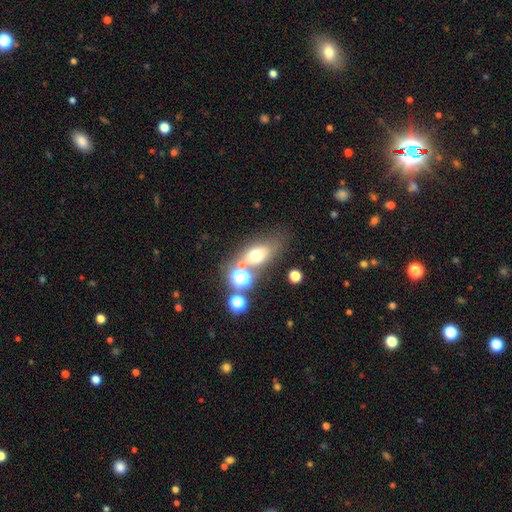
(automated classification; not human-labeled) A smooth galaxy with no disk features (61%) that is in between round and cigar-shaped (62%). Merging: none (53%).